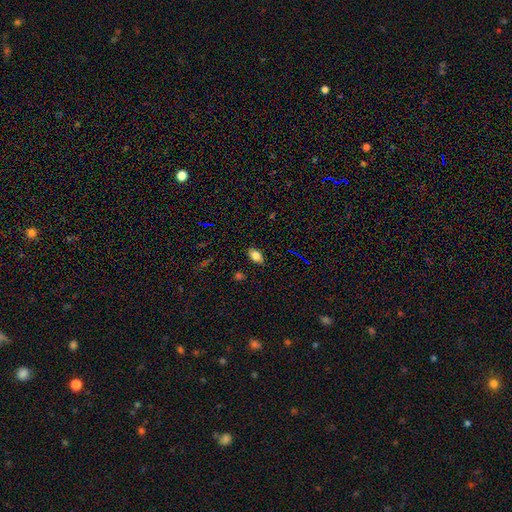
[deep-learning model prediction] This is likely a smooth galaxy (80%). How rounded: clearly in between (87%). Merging: clearly none (86%).